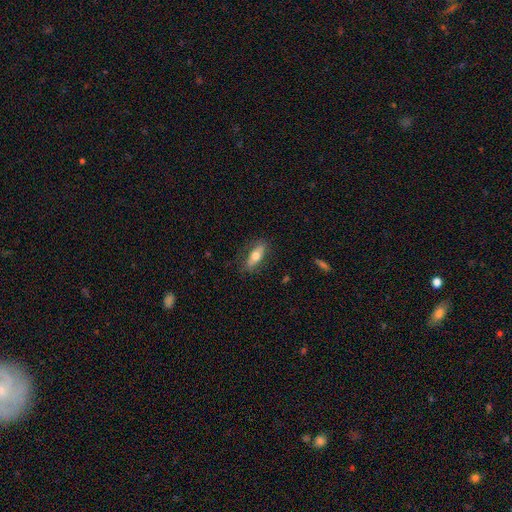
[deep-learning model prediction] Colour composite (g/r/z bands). It shows a smooth galaxy with no disk features (63%) that is in between round and cigar-shaped (67%). Merging: none (79%).